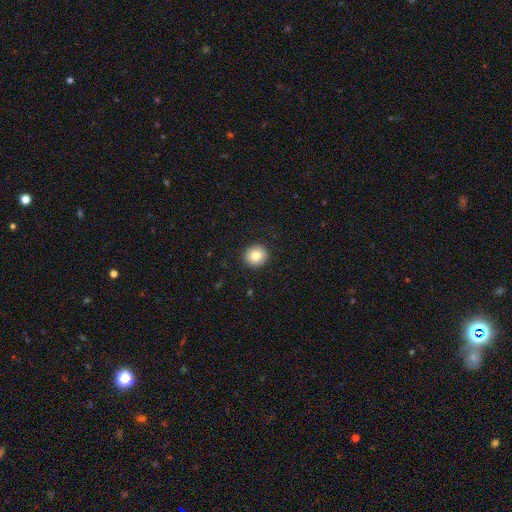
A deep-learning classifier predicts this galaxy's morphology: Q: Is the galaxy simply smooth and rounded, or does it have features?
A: smooth — 81%.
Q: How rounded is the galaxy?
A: round — 93%.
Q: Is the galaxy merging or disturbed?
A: none — 92%.